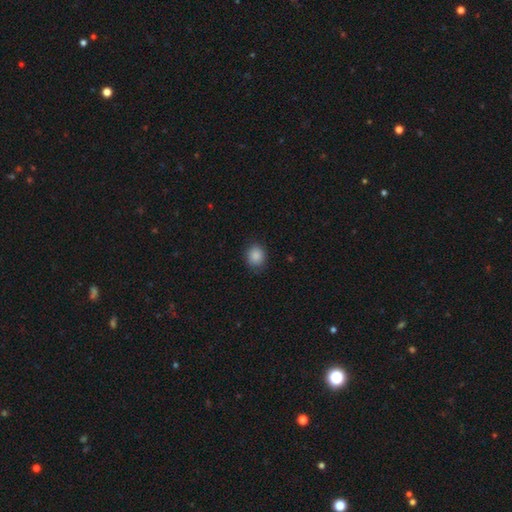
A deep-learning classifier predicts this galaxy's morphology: type=smooth (87%); roundness=round (78%); merging=none (86%).